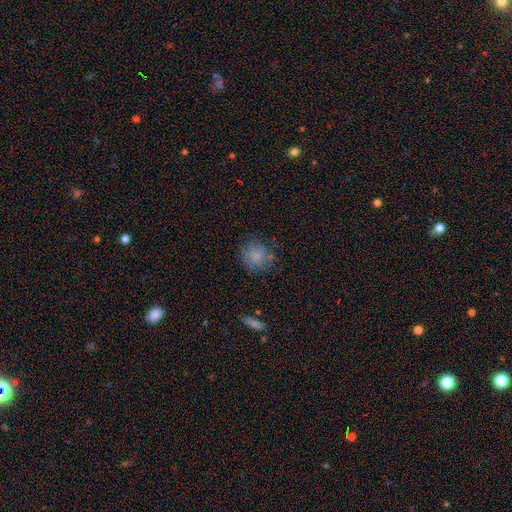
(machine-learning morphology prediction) This appears to be a smooth galaxy with no disk features (79%) that is round (85%). Merging: none (70%).